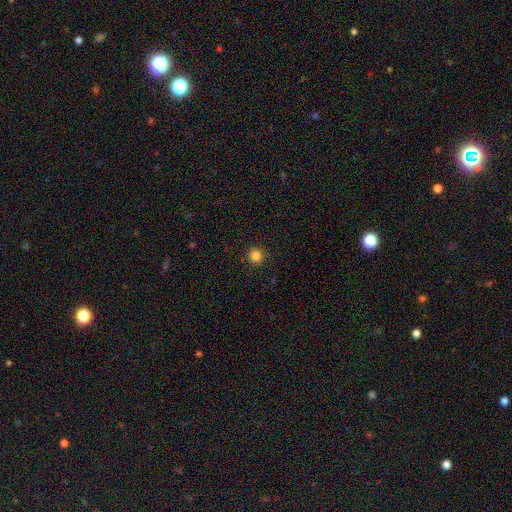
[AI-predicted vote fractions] This is clearly a smooth galaxy (84%). How rounded: clearly round (93%). Merging: clearly none (92%).